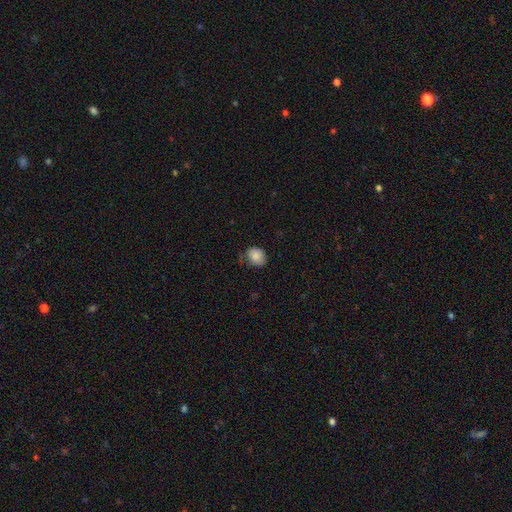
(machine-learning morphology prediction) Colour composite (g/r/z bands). It shows a smooth galaxy with no disk features (85%) that is round (58%). Merging: none (62%).